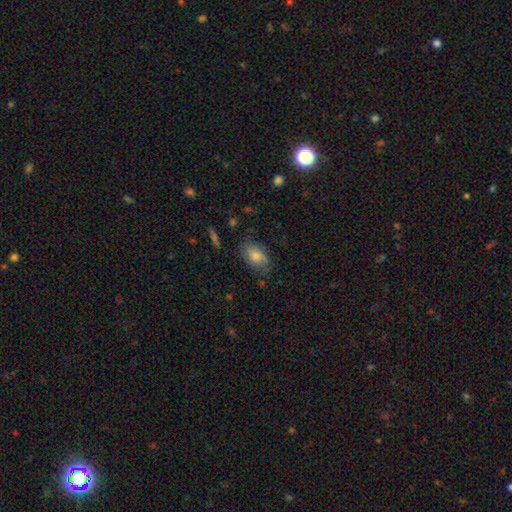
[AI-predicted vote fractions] A smooth galaxy with no disk features (65%) that is in between round and cigar-shaped (86%).

Vote fractions:
- Smooth or featured? smooth: 65% / featured or disk: 23% / star or artifact: 12%
- How rounded? in between: 86% / round: 11% / cigar-shaped: 3%
- Merging? none: 73% / minor disturbance: 20% / major disturbance: 6% / merger: 2%